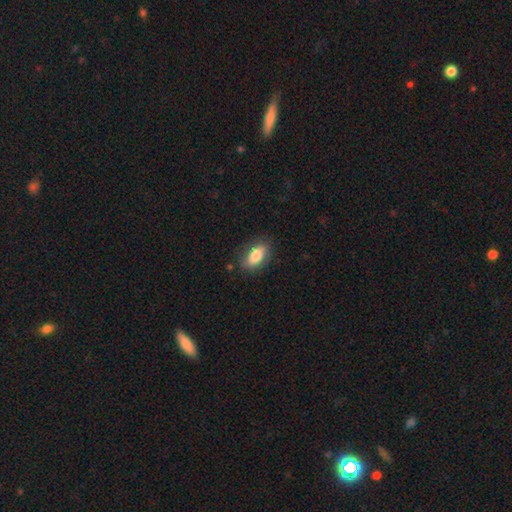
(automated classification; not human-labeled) smooth 73%, featured or disk 21%, star or artifact 7%. Down the decision tree: how rounded — in between (87%); merging — none (79%).